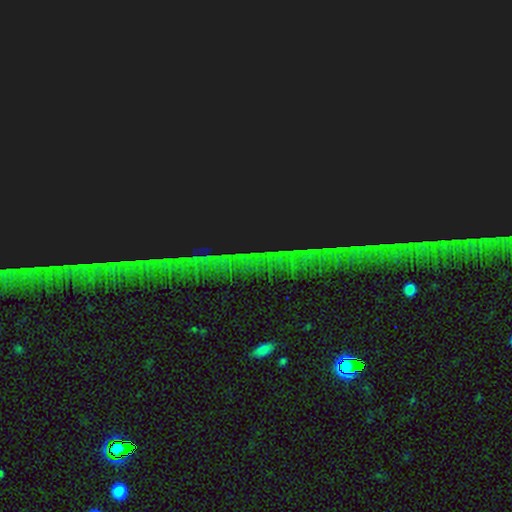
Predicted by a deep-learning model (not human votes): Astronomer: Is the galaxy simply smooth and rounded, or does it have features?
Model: star or artifact — 85%.